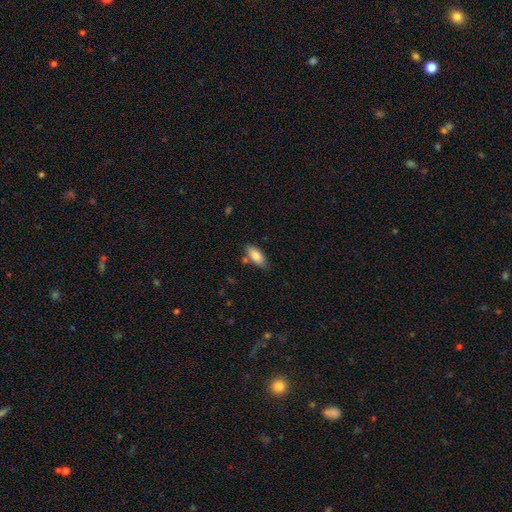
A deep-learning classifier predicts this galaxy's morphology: Smooth or featured? Predicted: smooth (p=0.82). How rounded? Predicted: in between (p=0.86). Merging? Predicted: none (p=0.76).